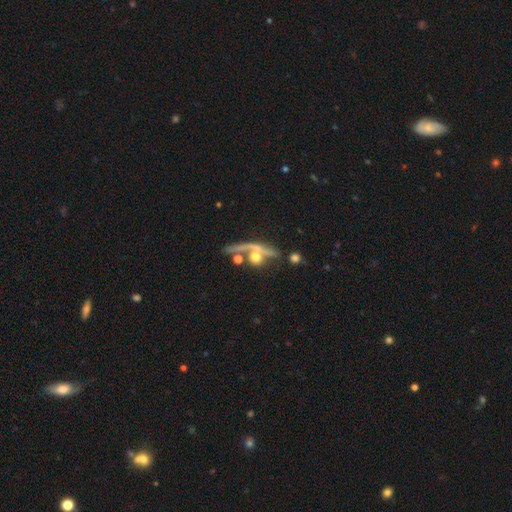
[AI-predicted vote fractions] smooth-or-featured: featured or disk: 54% | smooth: 33% | star or artifact: 14%
  disk-edge-on: no: 50% (tied) | yes: 50% (tied)
  merging: none: 35% | merger: 34% | major disturbance: 18% | minor disturbance: 13%